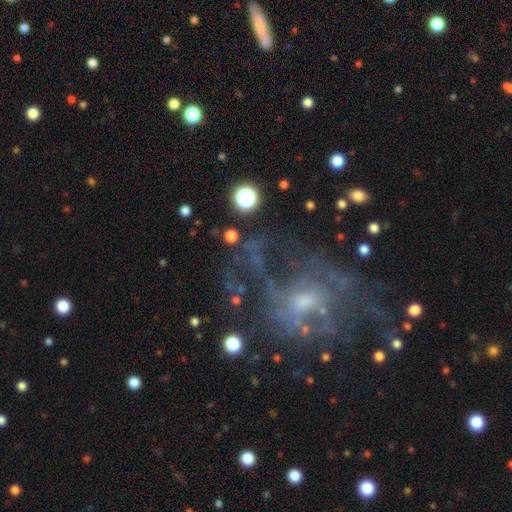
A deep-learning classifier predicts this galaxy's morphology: The model was most divided on "spiral arms": yes: 53%, no: 47%. Remaining: edge-on disk — no (96%); bar — no (68%); smooth or featured — featured or disk (62%); merging — none (44%); bulge size — small (43%).